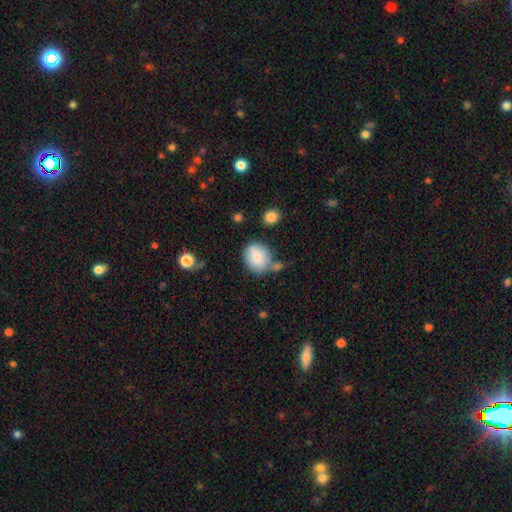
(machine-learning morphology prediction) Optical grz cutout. It shows a smooth galaxy with no disk features (78%) that is round (68%). Merging: none (59%).